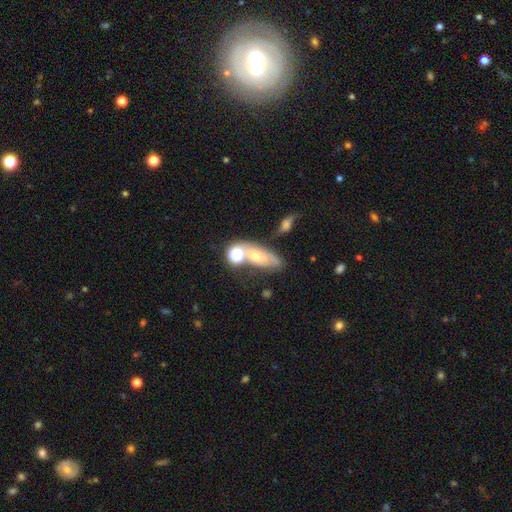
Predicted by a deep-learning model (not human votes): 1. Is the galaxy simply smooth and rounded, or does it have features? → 48% smooth, 34% featured or disk, 18% star or artifact.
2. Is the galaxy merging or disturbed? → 40% none, 26% merger, 21% minor disturbance, 13% major disturbance.